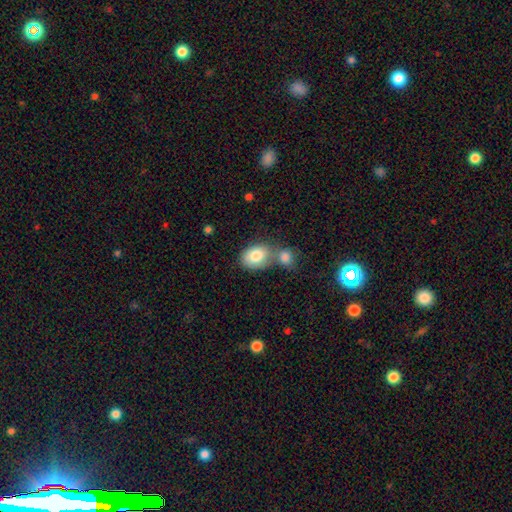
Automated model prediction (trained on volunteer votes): Smooth or featured?
  - smooth: 81% *
  - featured or disk: 12%
  - star or artifact: 7%
How rounded?
  - in between: 74% *
  - round: 25%
  - cigar-shaped: 1%
Merging?
  - merger: 44% *
  - none: 40%
  - minor disturbance: 12%
  - major disturbance: 4%